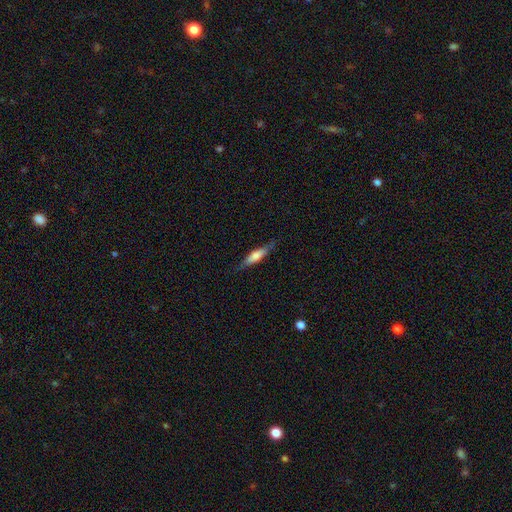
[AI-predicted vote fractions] Smooth or featured?
  - smooth: 53% *
  - featured or disk: 41%
  - star or artifact: 6%
How rounded?
  - cigar-shaped: 75% *
  - in between: 23%
  - round: 2%
Merging?
  - none: 81% *
  - minor disturbance: 15%
  - major disturbance: 3%
  - merger: 1%